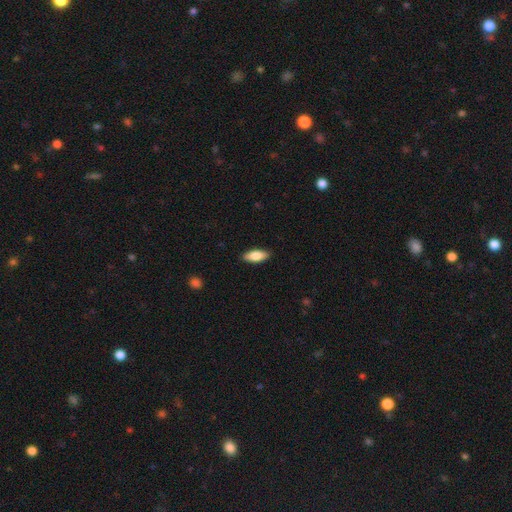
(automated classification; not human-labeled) This appears to be a smooth galaxy with no disk features (83%) that is in between round and cigar-shaped (77%). Merging: none (88%).